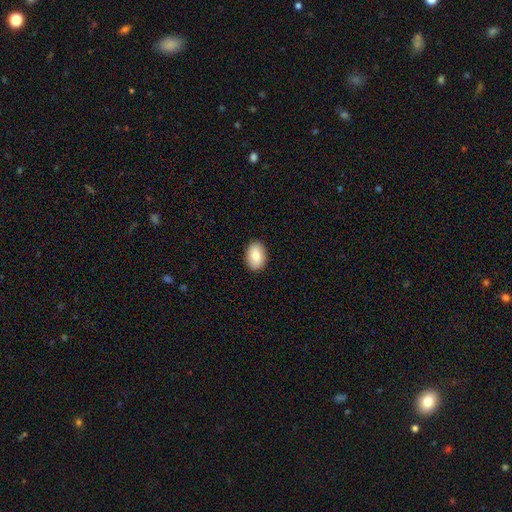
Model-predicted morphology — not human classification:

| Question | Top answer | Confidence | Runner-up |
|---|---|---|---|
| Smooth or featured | smooth | 84% | featured or disk (10%) |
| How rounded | in between | 85% | round (14%) |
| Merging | none | 90% | minor disturbance (8%) |